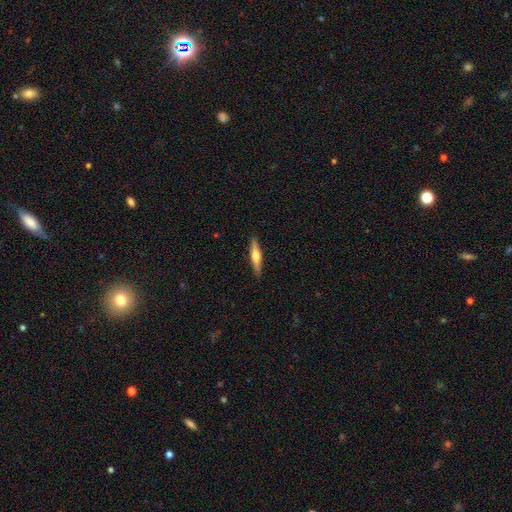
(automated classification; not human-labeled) Morphology: type=featured or disk (53%); edge-on=yes (96%); edge-on bulge=rounded (90%); merging=none (90%).